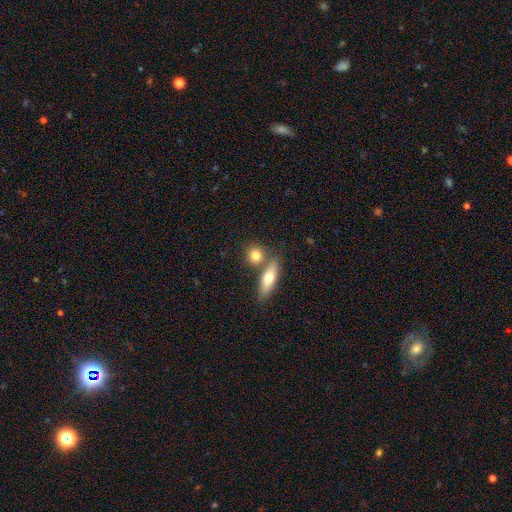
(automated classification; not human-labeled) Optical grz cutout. It shows a smooth galaxy with no disk features (79%) that is round (59%). Merging: none (59%).